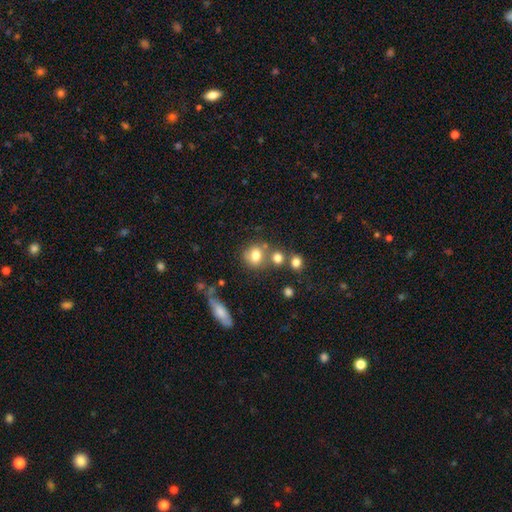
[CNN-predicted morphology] Overall: smooth (76%). How rounded: round (71%). Merging: none (57%; merger 23%).